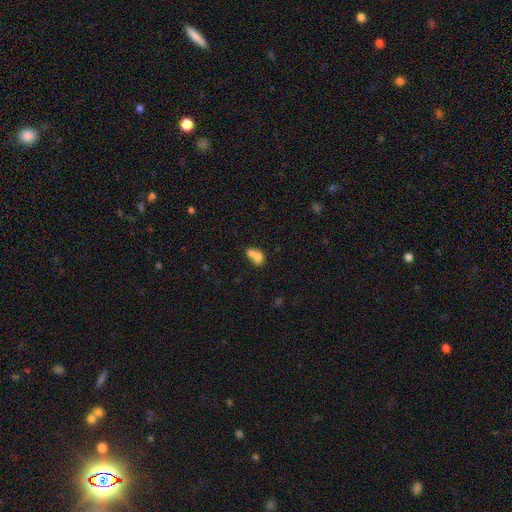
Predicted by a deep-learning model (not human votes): Smooth or featured? smooth (71%)
How rounded? in between (51%)
Merging? merger (70%)